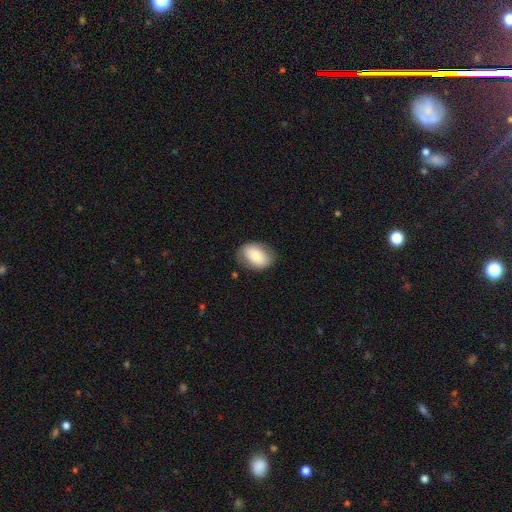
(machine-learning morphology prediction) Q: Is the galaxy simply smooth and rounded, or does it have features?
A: smooth — 75%.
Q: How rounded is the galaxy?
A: in between — 84%.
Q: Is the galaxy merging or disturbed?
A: none — 77%.